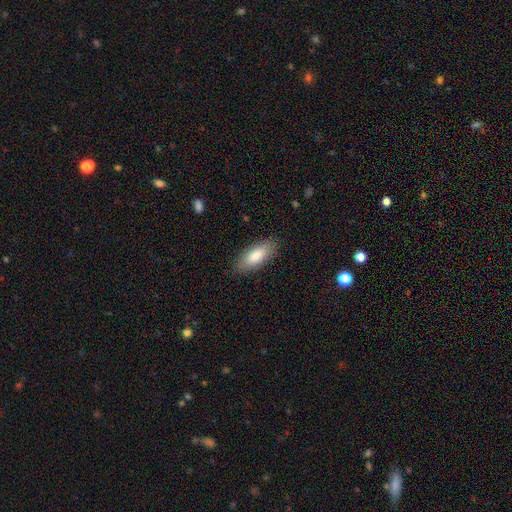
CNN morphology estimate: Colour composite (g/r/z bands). It shows a smooth galaxy with no disk features (82%) that is in between round and cigar-shaped (76%). Merging: none (88%).